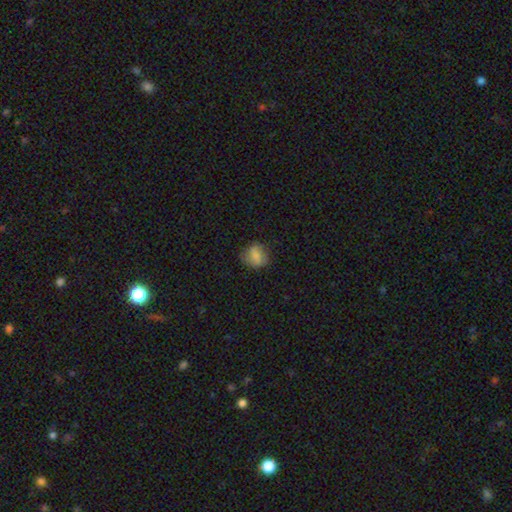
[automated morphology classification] Smooth or featured: smooth — 72% (featured or disk — 19%)
How rounded: round — 61% (in between — 37%)
Merging: none — 71% (minor disturbance — 21%)